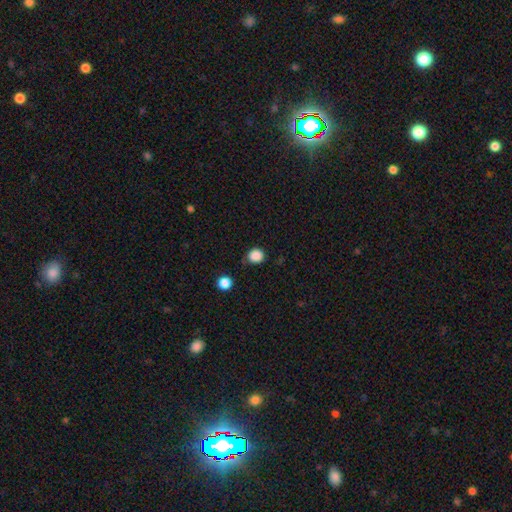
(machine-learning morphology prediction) This is clearly a smooth galaxy (86%). How rounded: clearly round (81%). Merging: likely none (77%).